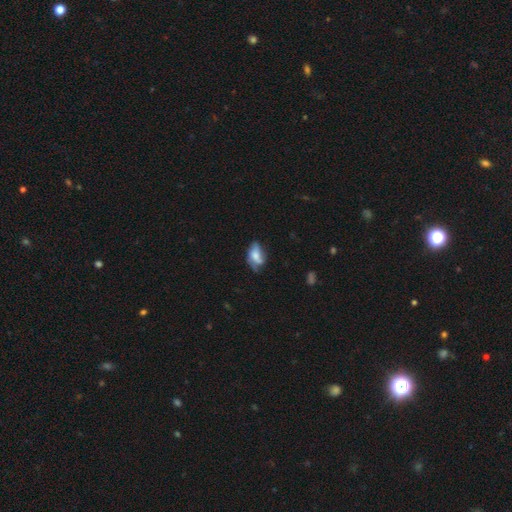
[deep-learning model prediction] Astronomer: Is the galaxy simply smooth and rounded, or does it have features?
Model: smooth — 58%.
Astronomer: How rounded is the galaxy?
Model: in between — 87%.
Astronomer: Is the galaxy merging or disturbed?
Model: none — 38% (runner-up: minor disturbance, 33%).